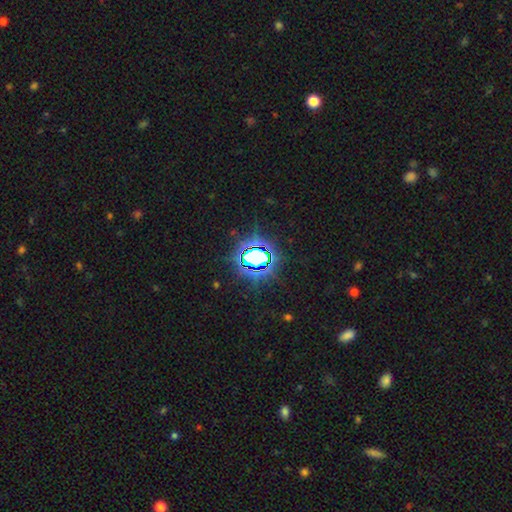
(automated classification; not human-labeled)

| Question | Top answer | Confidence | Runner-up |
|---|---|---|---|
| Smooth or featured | star or artifact | 76% | smooth (15%) |